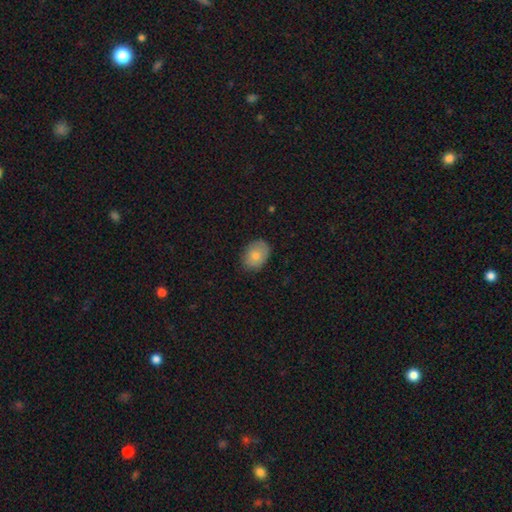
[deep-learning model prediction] smooth 74%, featured or disk 16%, star or artifact 9%. Down the decision tree: how rounded — in between (69%); merging — none (83%).